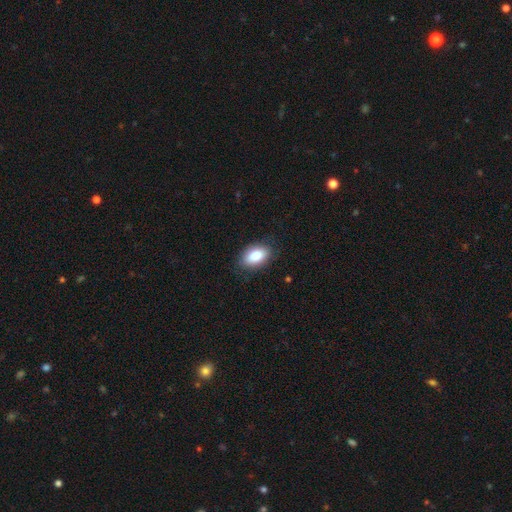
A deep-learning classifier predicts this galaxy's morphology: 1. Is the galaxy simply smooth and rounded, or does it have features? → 84% smooth, 9% featured or disk, 7% star or artifact.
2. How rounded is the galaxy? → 91% in between, 7% round, 2% cigar-shaped.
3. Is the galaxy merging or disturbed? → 84% none, 12% minor disturbance, 3% major disturbance, 1% merger.